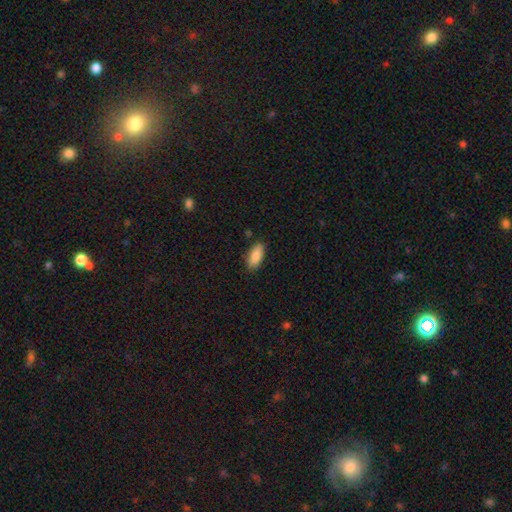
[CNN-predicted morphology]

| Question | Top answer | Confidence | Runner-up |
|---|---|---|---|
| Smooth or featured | smooth | 87% | star or artifact (7%) |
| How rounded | in between | 85% | cigar-shaped (13%) |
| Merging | none | 84% | minor disturbance (12%) |